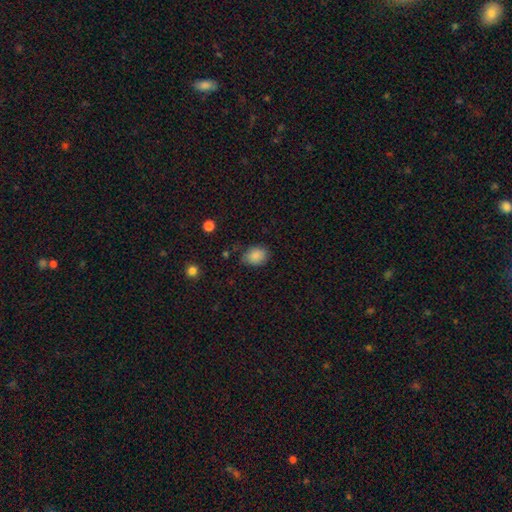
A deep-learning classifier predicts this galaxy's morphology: smooth-or-featured: smooth: 86% | star or artifact: 9% | featured or disk: 5%
  how-rounded: in between: 64% | round: 35% | cigar-shaped: 1%
  merging: none: 70% | minor disturbance: 24% | major disturbance: 5% | merger: 2%